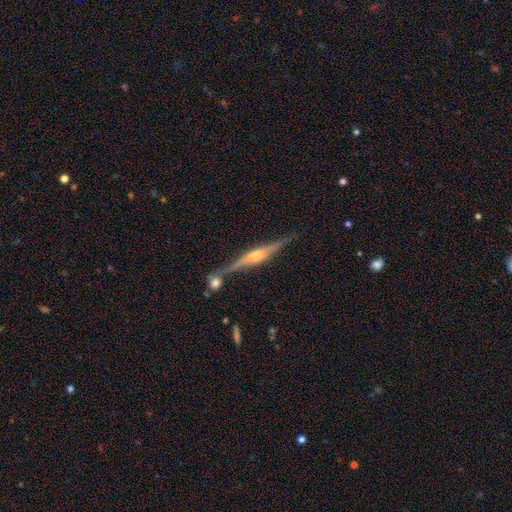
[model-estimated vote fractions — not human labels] smooth-or-featured: featured or disk: 83% | smooth: 11% | star or artifact: 6%
  disk-edge-on: yes: 97% | no: 3%
    edge-on-bulge: rounded: 83% | boxy: 13% | none: 4%
  merging: none: 76% | minor disturbance: 12% | merger: 9% | major disturbance: 3%